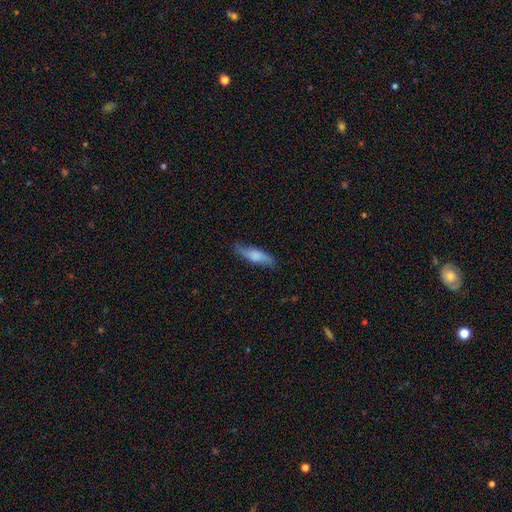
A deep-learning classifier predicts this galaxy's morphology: A smooth galaxy with no disk features (59%) that is cigar-shaped (61%).

Vote fractions:
- Smooth or featured? smooth: 59% / featured or disk: 34% / star or artifact: 6%
- How rounded? cigar-shaped: 61% / in between: 37% / round: 2%
- Merging? none: 74% / minor disturbance: 20% / major disturbance: 4% / merger: 2%